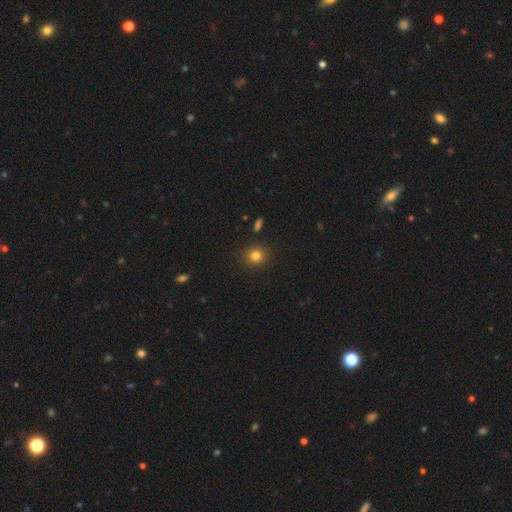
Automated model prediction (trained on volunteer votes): smooth-or-featured: smooth: 81% | star or artifact: 13% | featured or disk: 6%
  how-rounded: round: 86% | in between: 13% | cigar-shaped: 1%
  merging: none: 90% | minor disturbance: 6% | major disturbance: 2% | merger: 2%